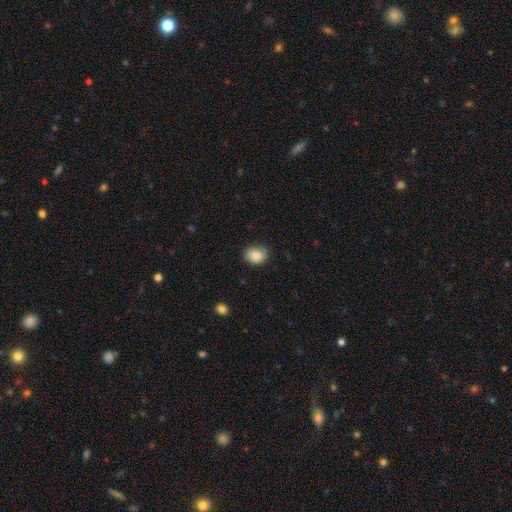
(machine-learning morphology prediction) This appears to be a smooth galaxy with no disk features (87%) that is in between round and cigar-shaped (51%). Merging: none (75%).